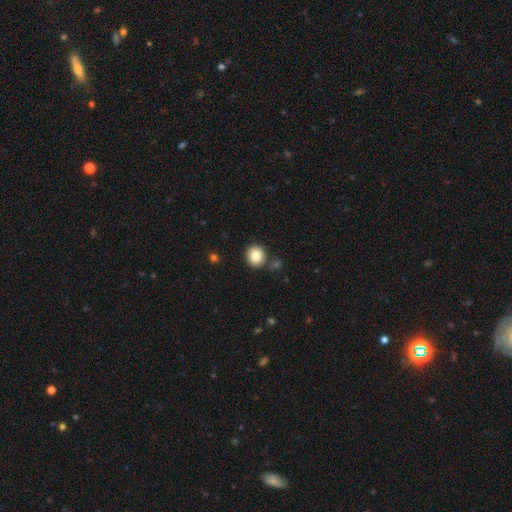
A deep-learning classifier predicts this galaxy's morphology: Overall: smooth (84%). How rounded: round (83%). Merging: none (83%).